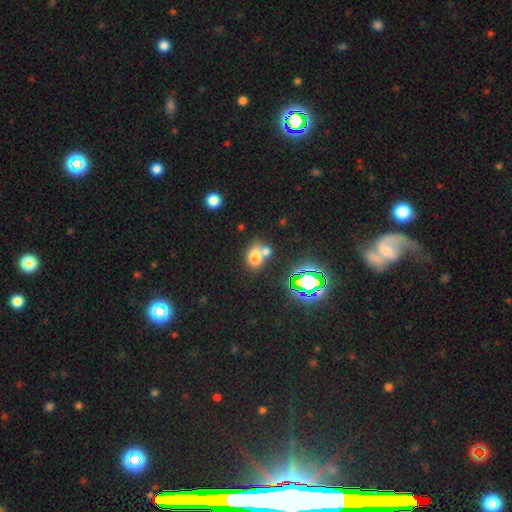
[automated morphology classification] Overall: smooth (70%). How rounded: in between (62%; round 36%). Merging: merger (47%; none 39%).